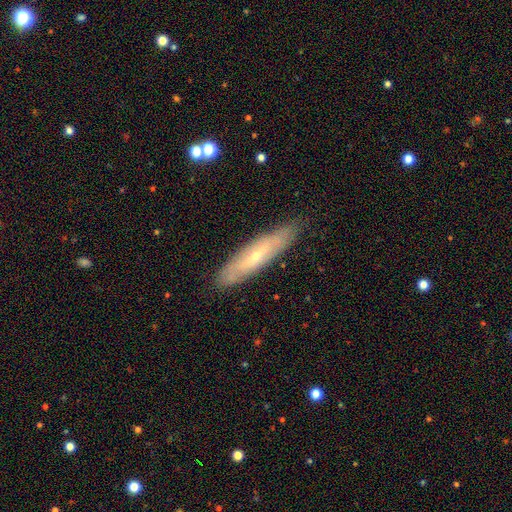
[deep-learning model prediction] Smooth or featured? Predicted: featured or disk (p=0.57). Edge-on disk? Predicted: no (p=0.51). Merging? Predicted: none (p=0.85).